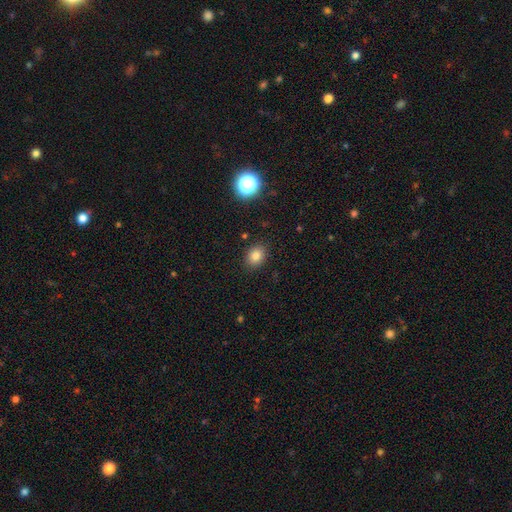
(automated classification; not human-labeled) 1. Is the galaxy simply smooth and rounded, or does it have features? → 81% smooth, 13% star or artifact, 7% featured or disk.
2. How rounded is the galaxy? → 53% in between, 46% round, 1% cigar-shaped.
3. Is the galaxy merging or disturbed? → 87% none, 9% minor disturbance, 3% major disturbance, 2% merger.